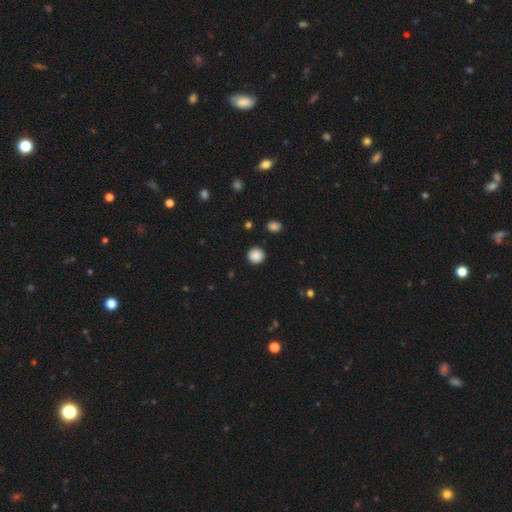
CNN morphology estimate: Smooth or featured: smooth — 88% (star or artifact — 9%)
How rounded: round — 93% (in between — 6%)
Merging: none — 91% (minor disturbance — 6%)